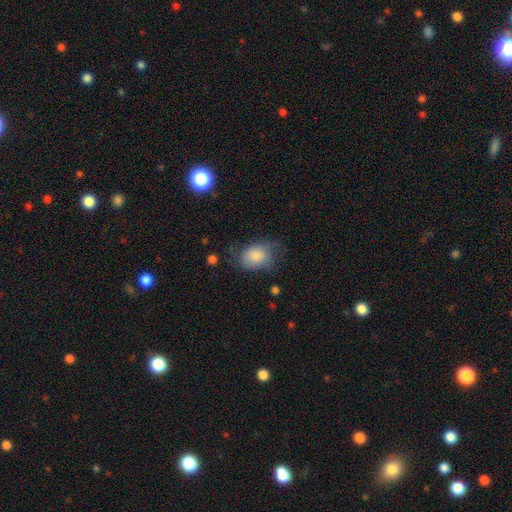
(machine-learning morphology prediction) Overall: smooth (81%). How rounded: in between (61%; round 38%). Merging: none (49%; minor disturbance 31%).